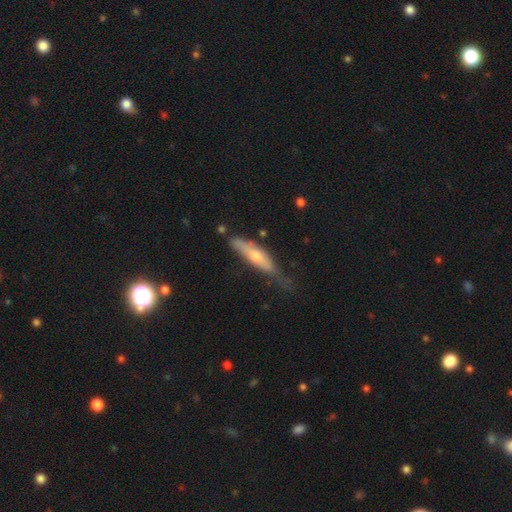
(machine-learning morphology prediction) featured or disk 54%, smooth 34%, star or artifact 12%. Down the decision tree: edge-on disk — yes (70%); merging — none (57%).